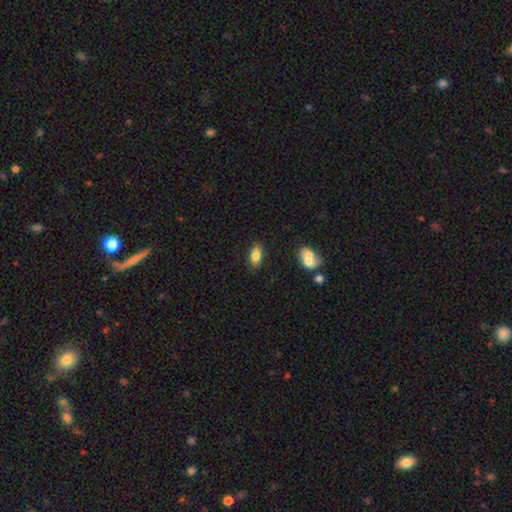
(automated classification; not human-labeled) smooth_or_featured: smooth (p=0.80) [alt: featured or disk p=0.13]
how_rounded: in between (p=0.88) [alt: cigar-shaped p=0.07]
merging: none (p=0.84) [alt: minor disturbance p=0.11]